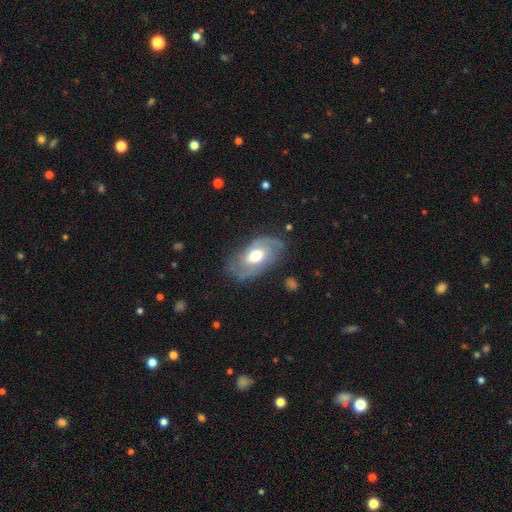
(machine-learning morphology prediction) Smooth or featured?
  - featured or disk: 65% *
  - smooth: 29%
  - star or artifact: 6%
Edge-on disk?
  - no: 92% *
  - yes: 8%
Bar?
  - no: 60% *
  - weak: 32%
  - strong: 7%
Spiral arms?
  - yes: 76% *
  - no: 24%
Bulge size?
  - moderate: 63% *
  - large: 29%
  - small: 5%
  - dominant: 2%
  - none: 1%
Merging?
  - none: 69% *
  - minor disturbance: 21%
  - major disturbance: 8%
  - merger: 2%